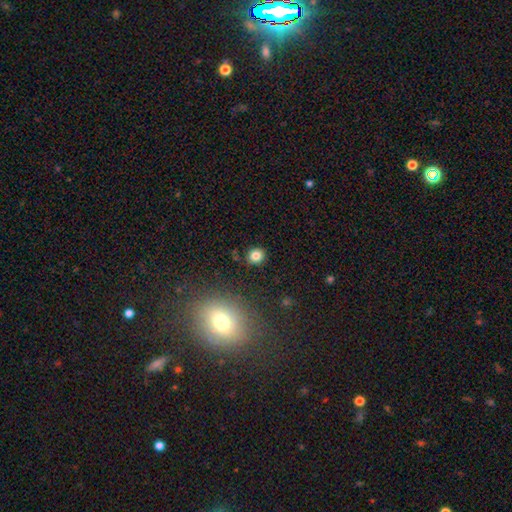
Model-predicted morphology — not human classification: A smooth galaxy with no disk features (82%) that is round (83%). Merging: none (89%).